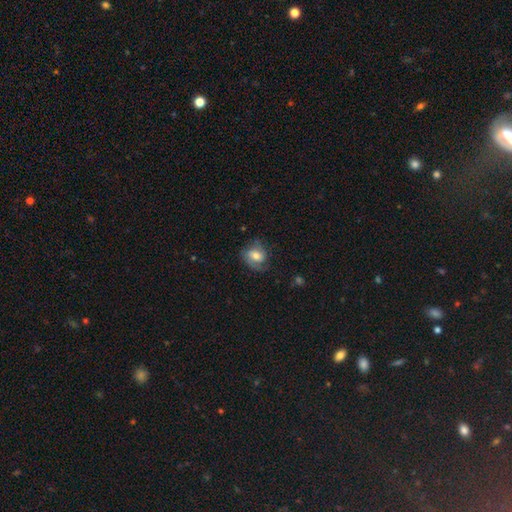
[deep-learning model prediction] This appears to be a smooth galaxy with no disk features (49%). Merging: none (62%).